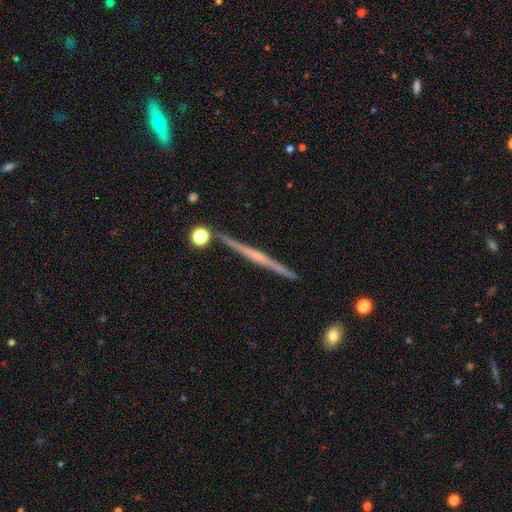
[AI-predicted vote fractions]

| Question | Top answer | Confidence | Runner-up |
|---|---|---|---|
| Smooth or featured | featured or disk | 74% | smooth (19%) |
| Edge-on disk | yes | 98% | no (2%) |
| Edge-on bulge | none | 52% | rounded (39%) |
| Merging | none | 89% | minor disturbance (7%) |